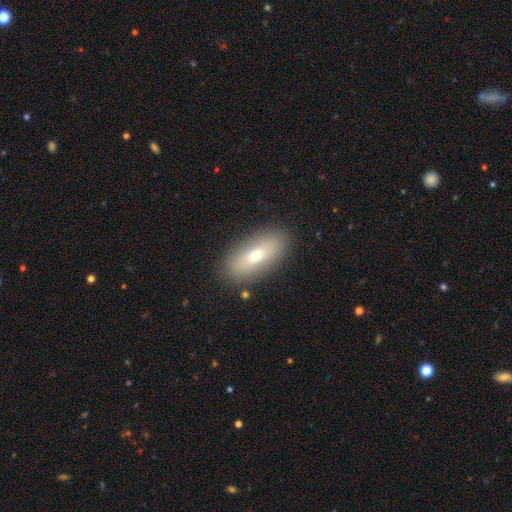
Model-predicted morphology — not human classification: A smooth galaxy with no disk features (65%) that is in between round and cigar-shaped (81%).

Vote fractions:
- Smooth or featured? smooth: 65% / featured or disk: 26% / star or artifact: 9%
- How rounded? in between: 81% / cigar-shaped: 15% / round: 4%
- Merging? none: 86% / minor disturbance: 9% / major disturbance: 3% / merger: 1%